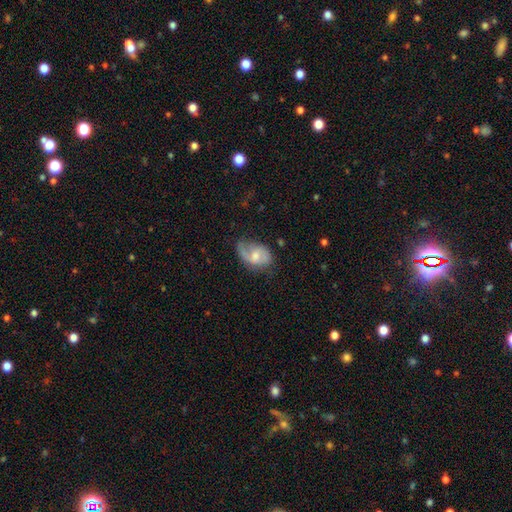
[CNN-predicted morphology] This is likely a featured or disk galaxy (61%). It is clearly not viewed edge-on (96%). Bar: possibly no (52%). Spiral arm pattern: clearly yes (85%). Central bulge: possibly moderate (54%). Merging: possibly none (50%).